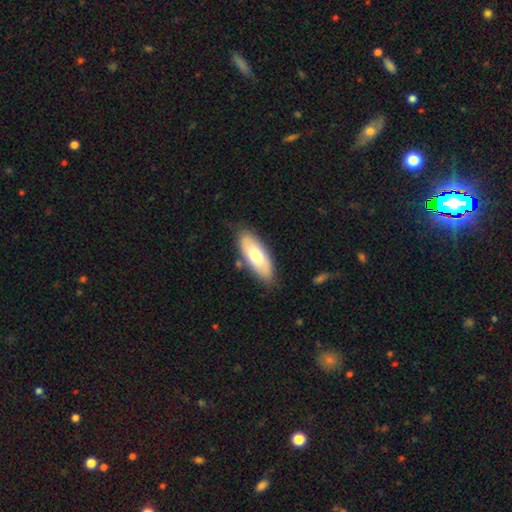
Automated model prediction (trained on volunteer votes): smooth 68%, featured or disk 27%, star or artifact 5%. Down the decision tree: how rounded — in between (77%); merging — none (79%).